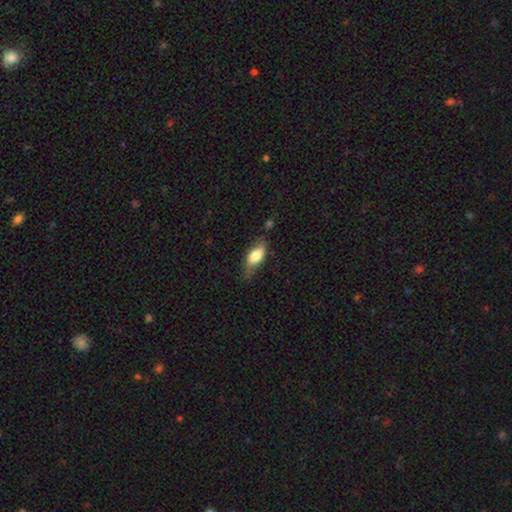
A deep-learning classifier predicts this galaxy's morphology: type=smooth (72%); roundness=in between (84%); merging=none (54%).